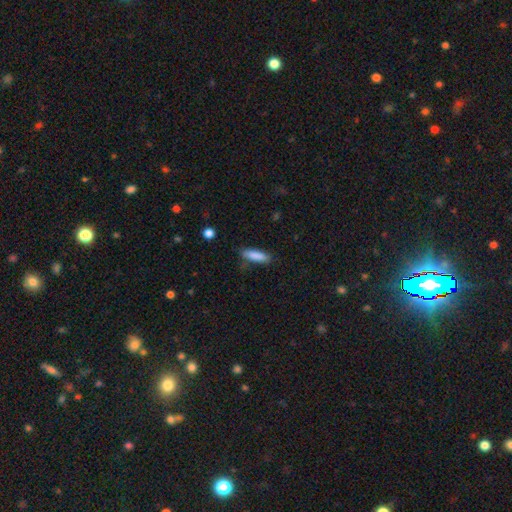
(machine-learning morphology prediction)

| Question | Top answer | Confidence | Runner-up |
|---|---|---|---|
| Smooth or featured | smooth | 86% | featured or disk (8%) |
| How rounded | cigar-shaped | 64% | in between (34%) |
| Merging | none | 80% | minor disturbance (15%) |